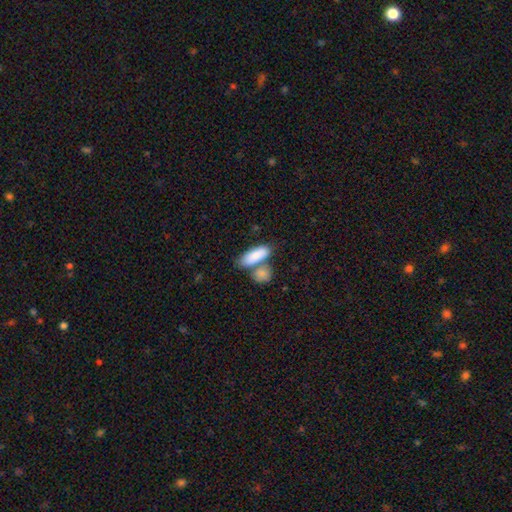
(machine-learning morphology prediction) The model was most divided on "merging": none: 44%, merger: 41%, minor disturbance: 11%, major disturbance: 4%. More confident: smooth or featured — smooth (85%); how rounded — in between (77%).